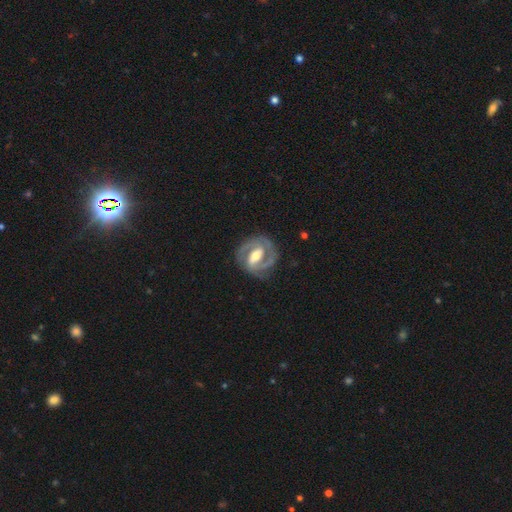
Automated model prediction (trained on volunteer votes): Overall: featured or disk (87%). Edge-on disk: no (97%). Bar: strong (54%; weak 34%). Spiral arms: yes (92%). Spiral arm count: 2 (84%). Spiral winding: tight (48%; medium 43%). Bulge size: moderate (65%). Merging: none (78%).